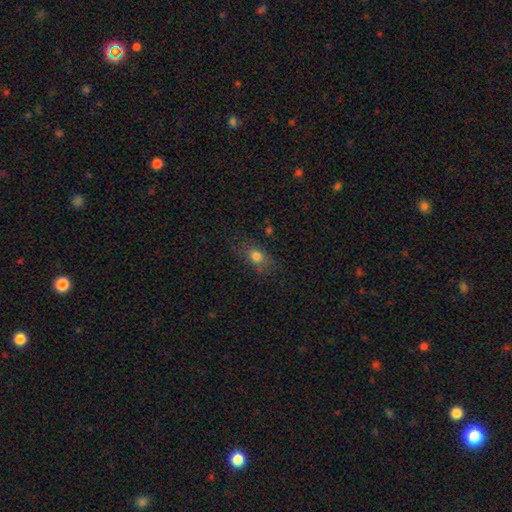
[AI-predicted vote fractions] Overall: smooth (76%). How rounded: in between (65%; round 29%). Merging: none (69%).